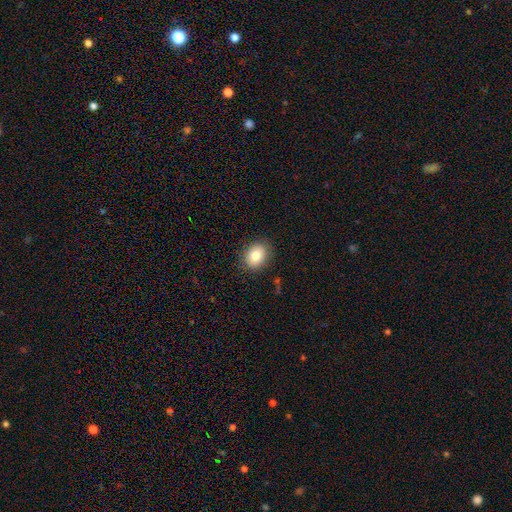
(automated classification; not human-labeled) Smooth or featured? Predicted: smooth (p=0.82). How rounded? Predicted: in between (p=0.61). Merging? Predicted: none (p=0.86).